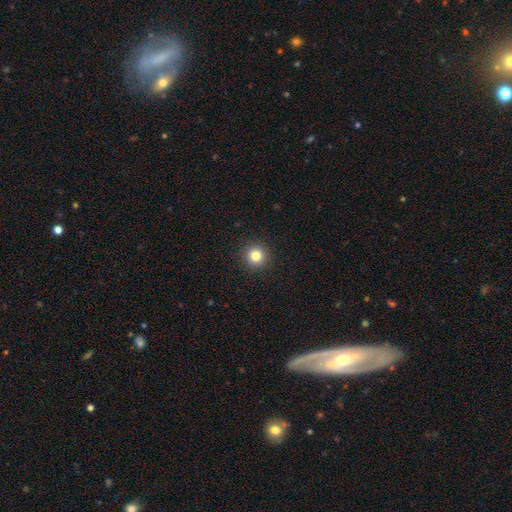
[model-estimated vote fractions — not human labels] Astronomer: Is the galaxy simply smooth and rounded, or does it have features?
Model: smooth — 82%.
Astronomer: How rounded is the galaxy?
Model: round — 95%.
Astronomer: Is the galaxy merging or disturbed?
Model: none — 93%.